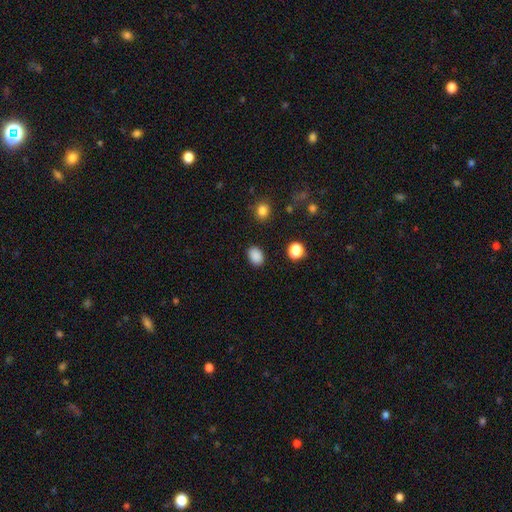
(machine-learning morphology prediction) Smooth or featured? Predicted: smooth (p=0.87). How rounded? Predicted: in between (p=0.67). Merging? Predicted: none (p=0.87).